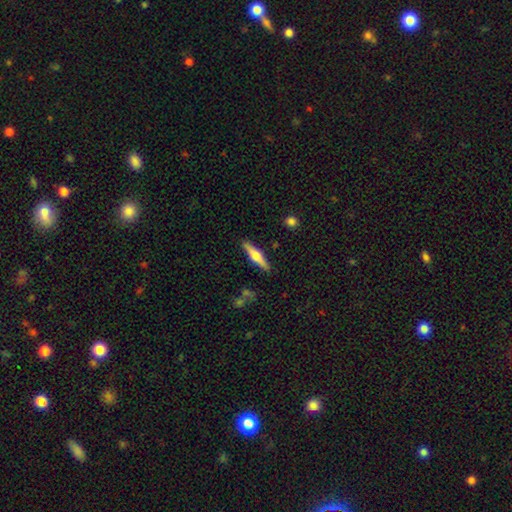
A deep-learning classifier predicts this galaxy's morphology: Q: Smooth or featured?
A: featured or disk (60%); runner-up: smooth (35%)
Q: Edge-on disk?
A: yes (96%); runner-up: no (4%)
Q: Edge-on bulge?
A: rounded (92%); runner-up: boxy (5%)
Q: Merging?
A: none (89%); runner-up: minor disturbance (8%)